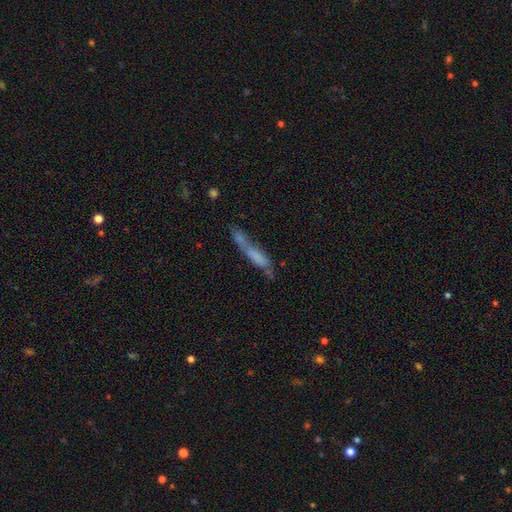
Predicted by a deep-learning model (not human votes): Overall: smooth (63%; featured or disk 26%). How rounded: cigar-shaped (77%). Merging: merger (42%; none 30%).